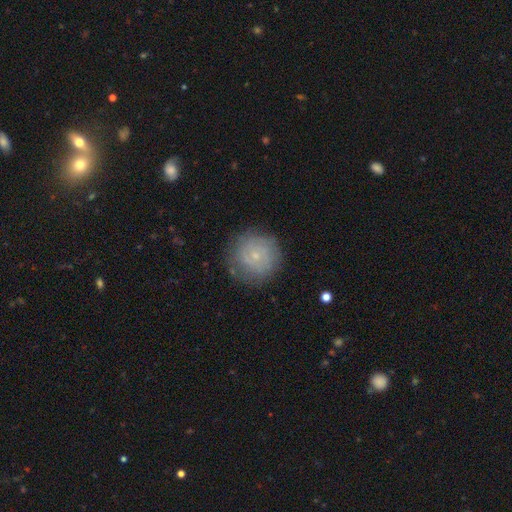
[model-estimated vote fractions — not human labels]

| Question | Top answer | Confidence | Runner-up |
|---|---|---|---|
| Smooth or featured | smooth | 57% | featured or disk (34%) |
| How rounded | round | 94% | in between (5%) |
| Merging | none | 79% | minor disturbance (15%) |